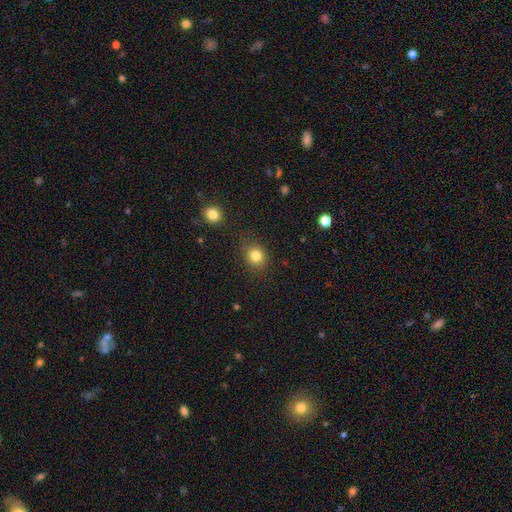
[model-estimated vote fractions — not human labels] A smooth galaxy with no disk features (82%) that is round (78%).

Vote fractions:
- Smooth or featured? smooth: 82% / star or artifact: 12% / featured or disk: 6%
- How rounded? round: 78% / in between: 22% / cigar-shaped: 1%
- Merging? none: 83% / minor disturbance: 11% / major disturbance: 3% / merger: 2%